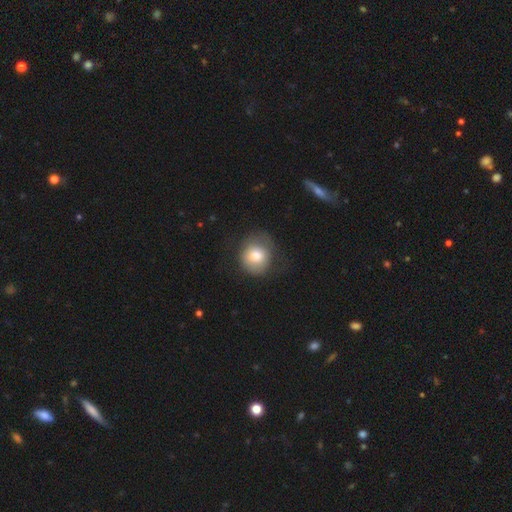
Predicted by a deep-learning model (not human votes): A smooth galaxy with no disk features (76%) that is round (83%). Merging: none (63%).